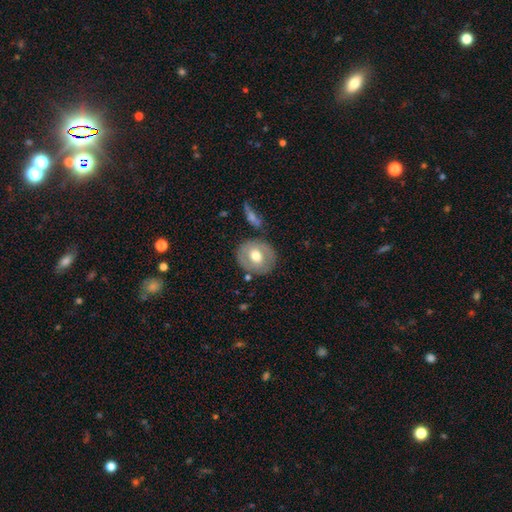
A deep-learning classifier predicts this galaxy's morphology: smooth_or_featured: smooth (p=0.52) [alt: featured or disk p=0.42]
how_rounded: round (p=0.78) [alt: in between p=0.21]
merging: none (p=0.76) [alt: minor disturbance p=0.14]